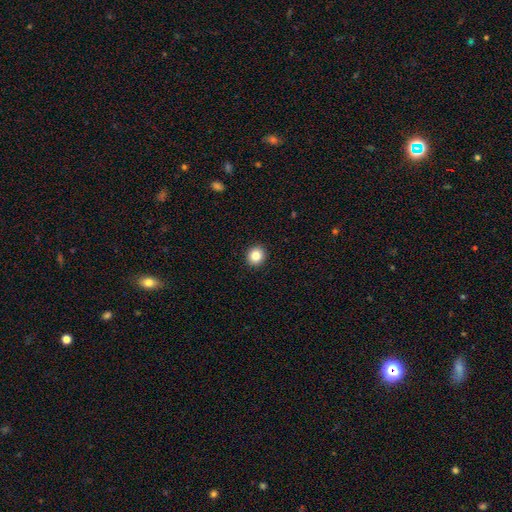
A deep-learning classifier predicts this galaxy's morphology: smooth 84%, star or artifact 10%, featured or disk 6%. Down the decision tree: how rounded — round (86%); merging — none (93%).